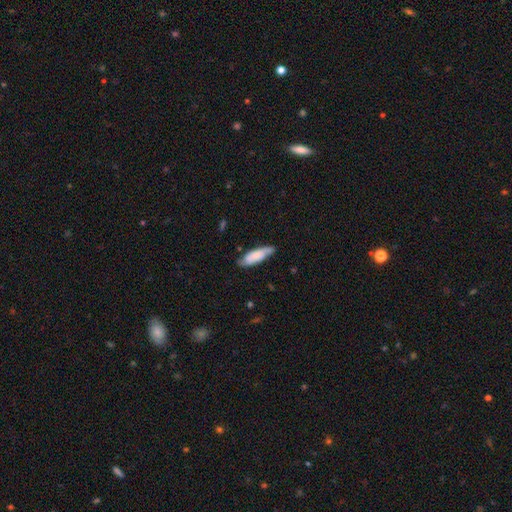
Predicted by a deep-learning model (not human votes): This appears to be a smooth galaxy with no disk features (66%) that is cigar-shaped (53%). Merging: none (71%).